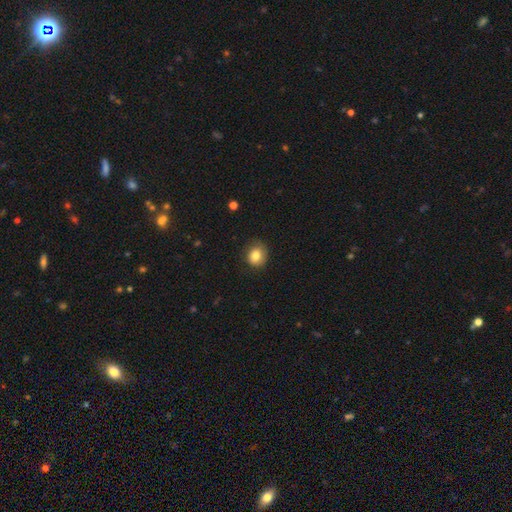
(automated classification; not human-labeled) Morphology: type=smooth (82%); roundness=round (71%); merging=none (77%).